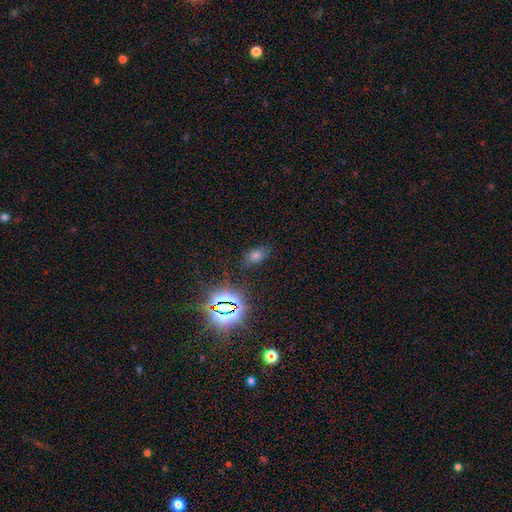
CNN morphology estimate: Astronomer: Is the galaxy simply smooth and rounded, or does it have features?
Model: smooth — 58%.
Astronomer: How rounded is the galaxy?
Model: in between — 82%.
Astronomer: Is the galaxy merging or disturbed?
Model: none — 79%.